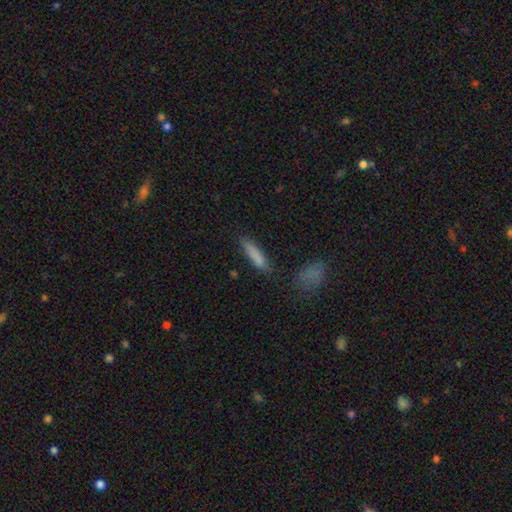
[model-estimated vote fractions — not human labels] Overall: smooth (83%). How rounded: cigar-shaped (80%). Merging: none (78%).